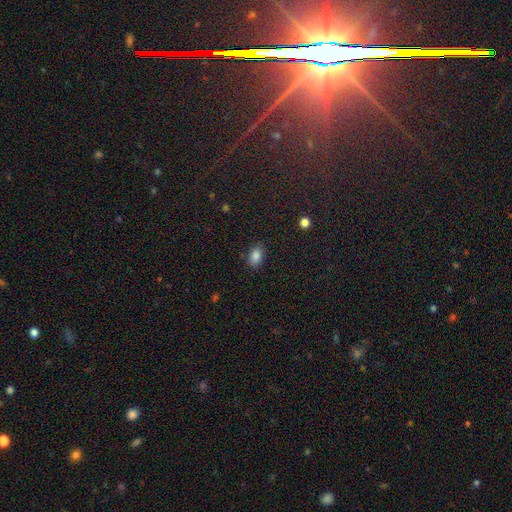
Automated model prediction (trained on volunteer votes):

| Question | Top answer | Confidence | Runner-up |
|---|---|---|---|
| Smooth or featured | smooth | 85% | star or artifact (10%) |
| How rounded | in between | 86% | round (13%) |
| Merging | none | 85% | minor disturbance (11%) |